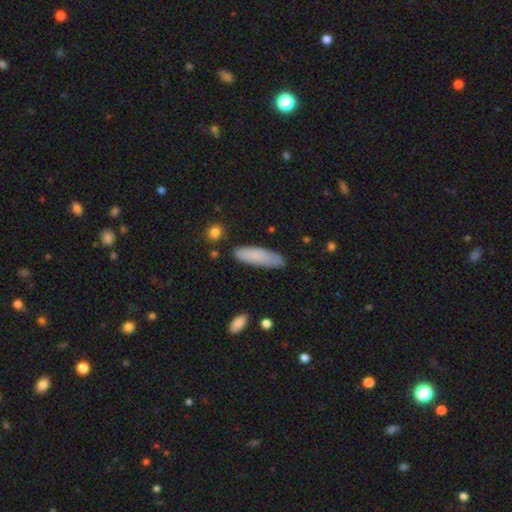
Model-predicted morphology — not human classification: smooth 79%, featured or disk 15%, star or artifact 6%. Down the decision tree: how rounded — cigar-shaped (54%); merging — none (76%).